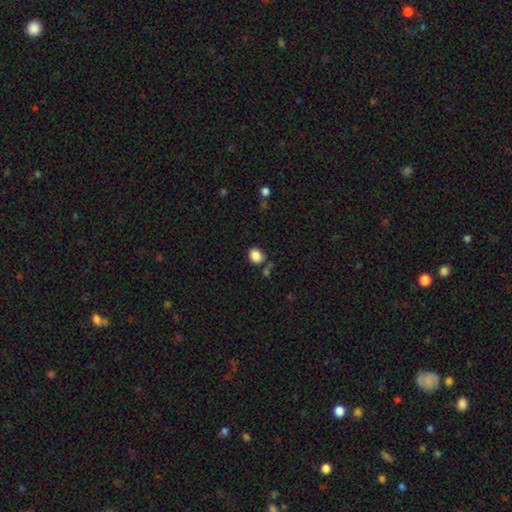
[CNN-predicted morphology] smooth_or_featured: smooth (p=0.86) [alt: star or artifact p=0.10]
how_rounded: round (p=0.58) [alt: in between p=0.41]
merging: none (p=0.70) [alt: minor disturbance p=0.17]